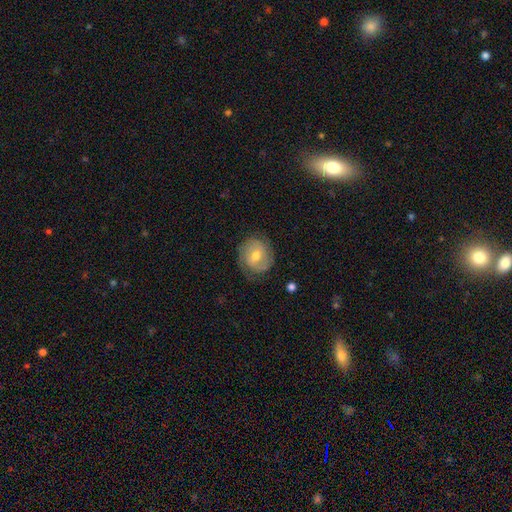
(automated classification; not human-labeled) Q: Smooth or featured?
A: featured or disk (58%); runner-up: smooth (34%)
Q: Edge-on disk?
A: no (96%); runner-up: yes (4%)
Q: Bar?
A: no (44%); tied with: weak (44%)
Q: Spiral arms?
A: yes (82%); runner-up: no (18%)
Q: Bulge size?
A: moderate (68%); runner-up: small (26%)
Q: Merging?
A: none (76%); runner-up: minor disturbance (17%)